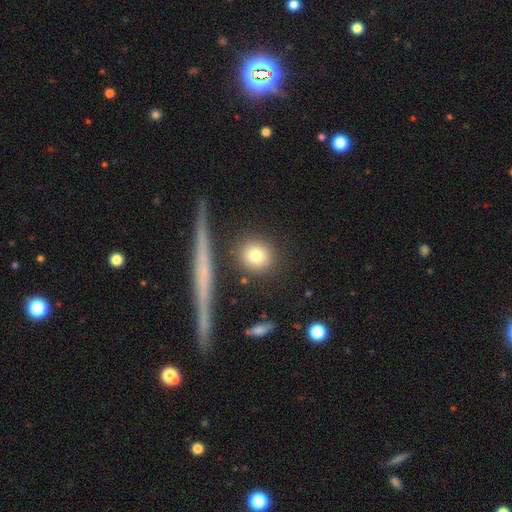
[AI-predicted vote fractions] Smooth or featured? smooth (80%)
How rounded? round (86%)
Merging? none (86%)